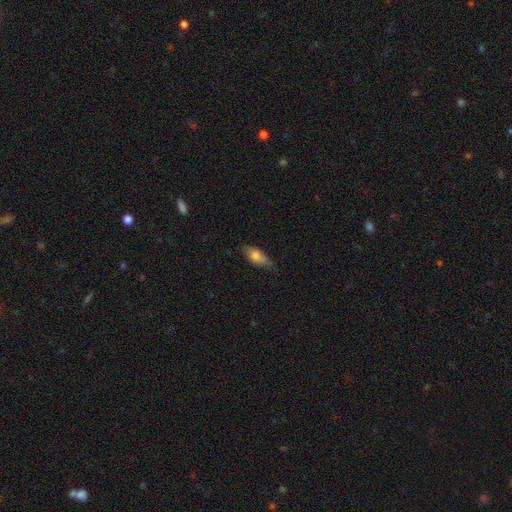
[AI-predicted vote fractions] A smooth galaxy with no disk features (76%) that is in between round and cigar-shaped (84%). Merging: none (65%).